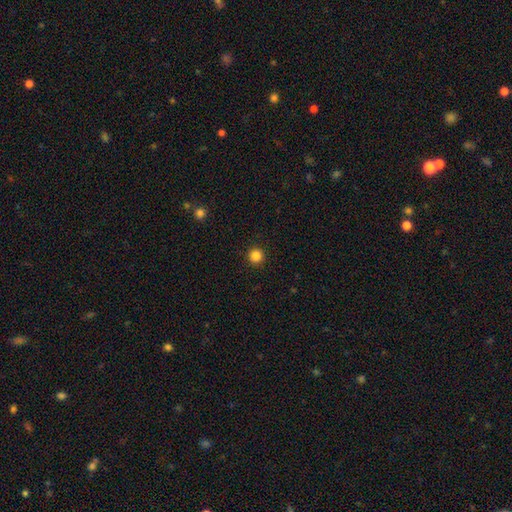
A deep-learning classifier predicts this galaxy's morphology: type=smooth (85%); roundness=round (96%); merging=none (93%).